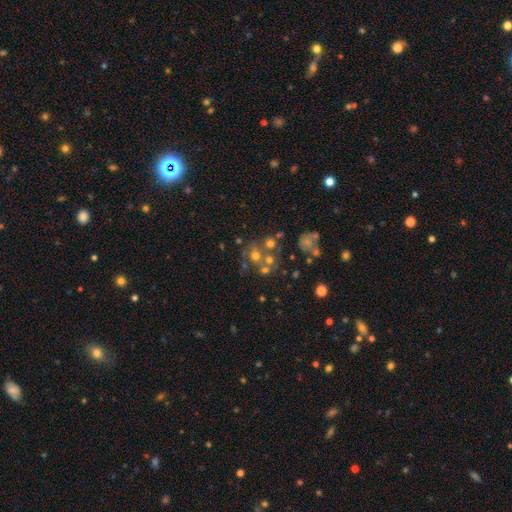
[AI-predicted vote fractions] Q: Smooth or featured?
A: smooth (40%); runner-up: featured or disk (39%)
Q: Merging?
A: merger (40%); runner-up: none (38%)